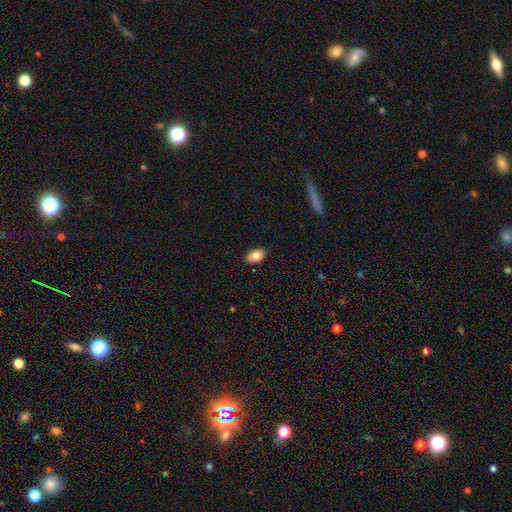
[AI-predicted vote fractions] The model was most divided on "how rounded": in between: 88%, round: 11%, cigar-shaped: 1%. More confident: merging — none (90%); smooth or featured — smooth (87%).